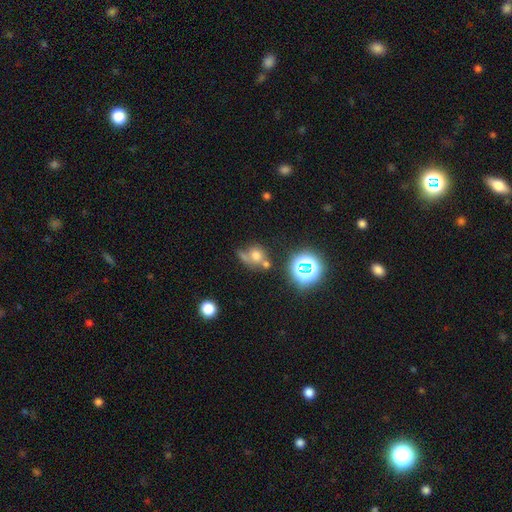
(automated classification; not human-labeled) Smooth or featured: smooth — 58% (star or artifact — 22%)
How rounded: round — 72% (in between — 26%)
Merging: none — 36% (merger — 27%)